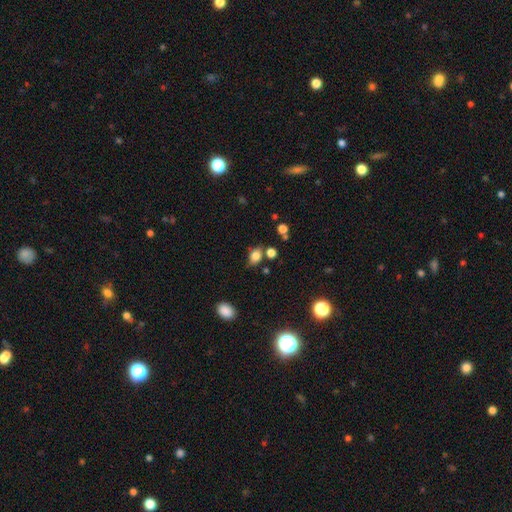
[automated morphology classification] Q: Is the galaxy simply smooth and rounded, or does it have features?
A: smooth — 81%.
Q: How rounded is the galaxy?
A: in between — 71%.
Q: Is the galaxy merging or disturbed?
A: none — 68%.